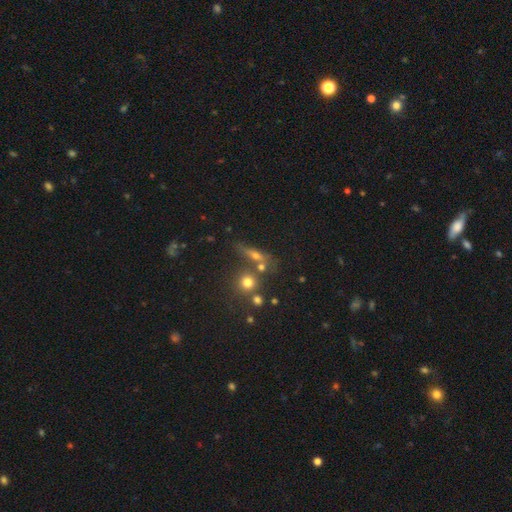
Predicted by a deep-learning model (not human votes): The model was most divided on "smooth or featured": smooth: 42%, featured or disk: 30%, star or artifact: 28%. More confident: merging — none (60%).